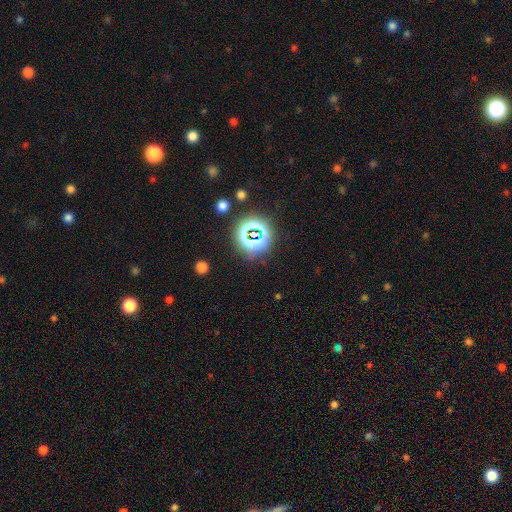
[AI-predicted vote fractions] smooth-or-featured: star or artifact: 81% | smooth: 12% | featured or disk: 7%